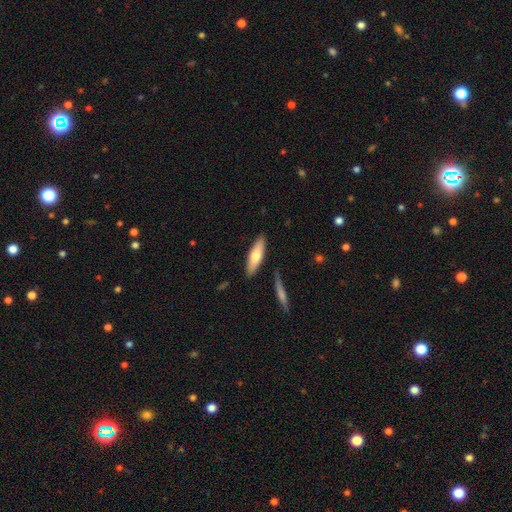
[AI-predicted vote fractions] The model was most divided on "how rounded": cigar-shaped: 59%, in between: 40%, round: 2%. More confident: merging — none (85%); smooth or featured — smooth (68%).